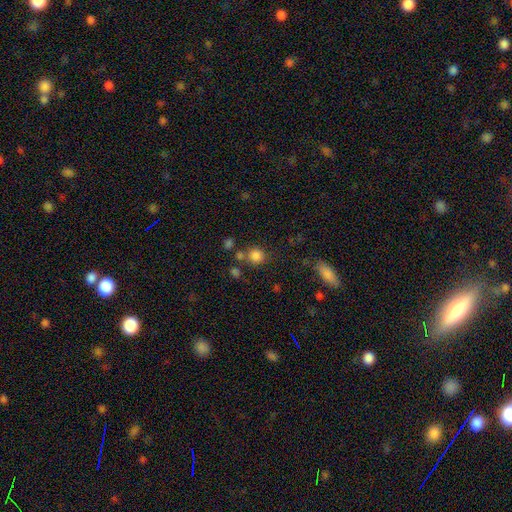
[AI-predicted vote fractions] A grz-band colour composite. It shows a smooth galaxy with no disk features (81%) that is round (87%). Merging: none (68%).